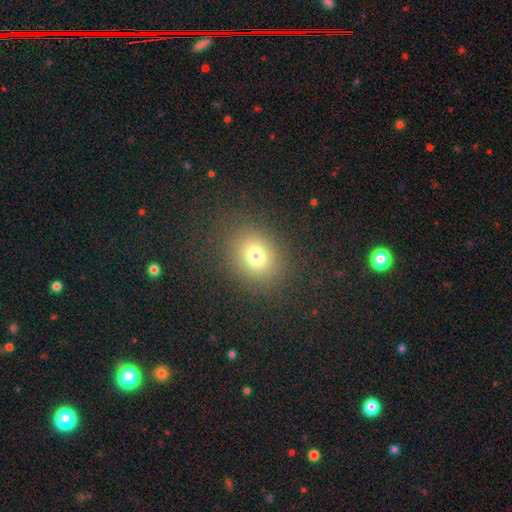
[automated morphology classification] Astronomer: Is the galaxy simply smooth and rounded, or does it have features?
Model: smooth — 74%.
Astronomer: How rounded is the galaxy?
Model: round — 55% (runner-up: in between, 44%).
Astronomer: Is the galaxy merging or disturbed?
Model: none — 84%.